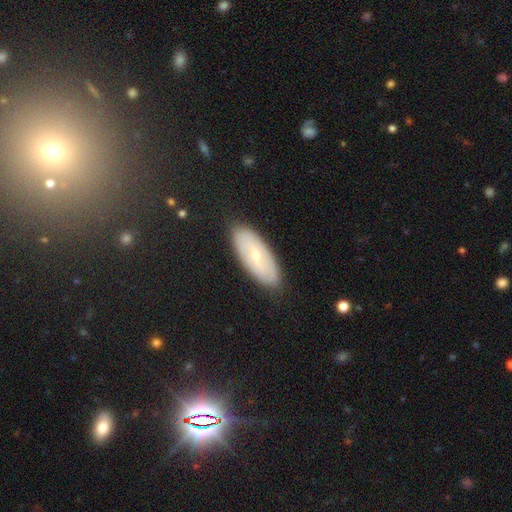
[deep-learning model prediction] This appears to be a featured or disk galaxy (48%). Merging: none (86%).